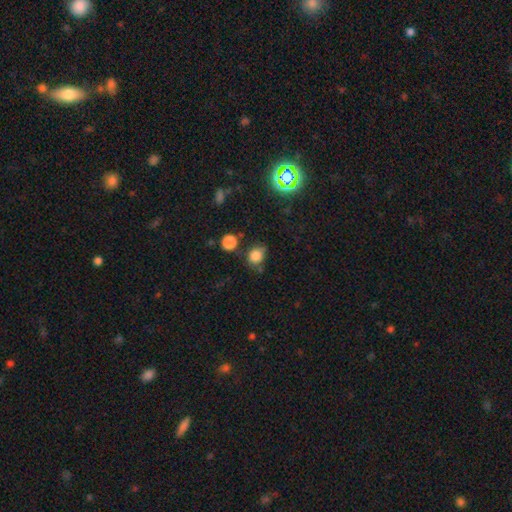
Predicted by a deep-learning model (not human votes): Q: Smooth or featured?
A: smooth (79%); runner-up: star or artifact (14%)
Q: How rounded?
A: round (68%); runner-up: in between (31%)
Q: Merging?
A: none (65%); runner-up: minor disturbance (21%)